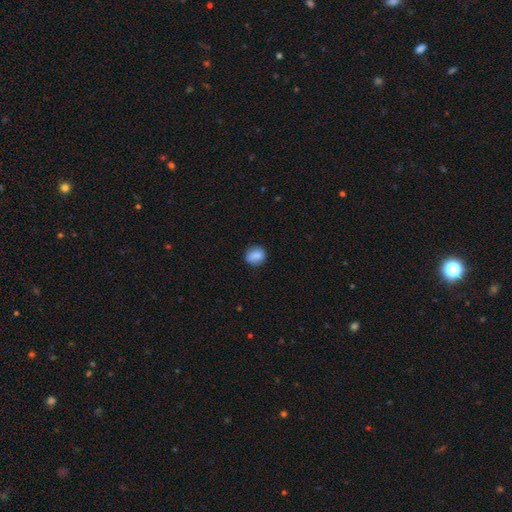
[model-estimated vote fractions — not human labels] Smooth or featured?
  - smooth: 84% *
  - star or artifact: 8%
  - featured or disk: 7%
How rounded?
  - round: 59% *
  - in between: 39%
  - cigar-shaped: 2%
Merging?
  - none: 80% *
  - minor disturbance: 15%
  - major disturbance: 3%
  - merger: 1%